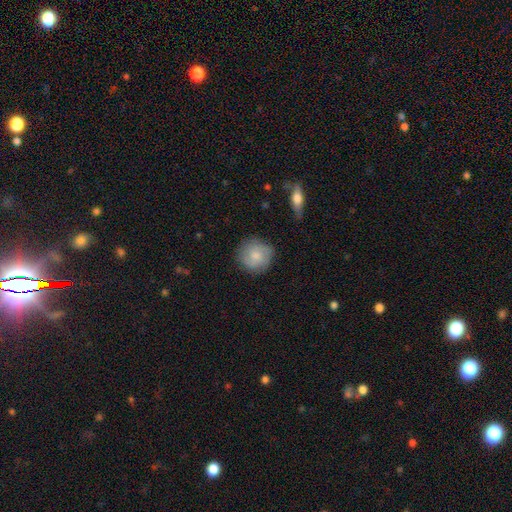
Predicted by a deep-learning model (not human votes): smooth_or_featured: smooth (p=0.65) [alt: featured or disk p=0.28]
how_rounded: round (p=0.91) [alt: in between p=0.08]
merging: none (p=0.80) [alt: minor disturbance p=0.15]